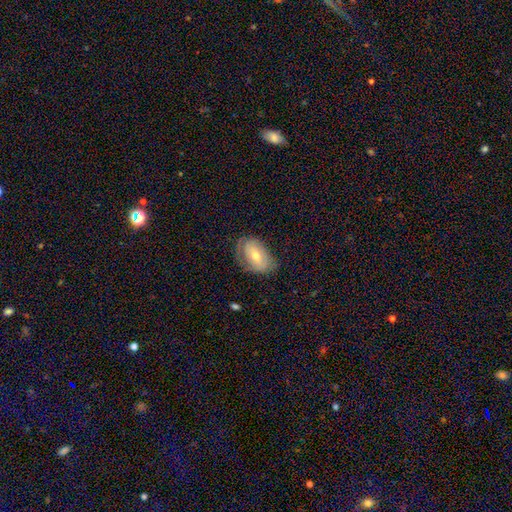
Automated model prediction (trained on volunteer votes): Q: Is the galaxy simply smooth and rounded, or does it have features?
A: smooth — 51%.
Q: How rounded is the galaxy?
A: in between — 88%.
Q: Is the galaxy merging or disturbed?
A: none — 62%.